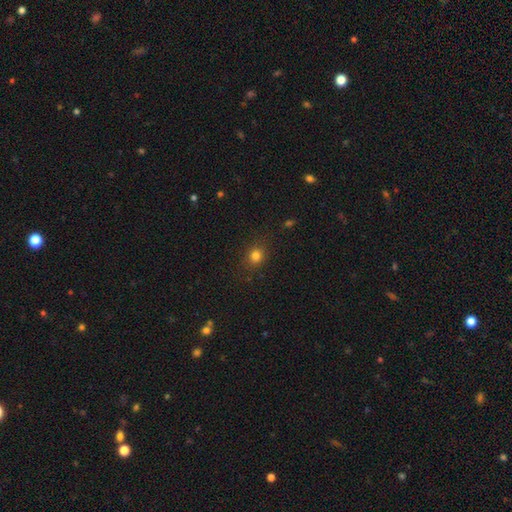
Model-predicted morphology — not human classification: A smooth galaxy with no disk features (80%) that is round (74%).

Vote fractions:
- Smooth or featured? smooth: 80% / star or artifact: 14% / featured or disk: 6%
- How rounded? round: 74% / in between: 25% / cigar-shaped: 1%
- Merging? none: 86% / minor disturbance: 10% / major disturbance: 3% / merger: 1%